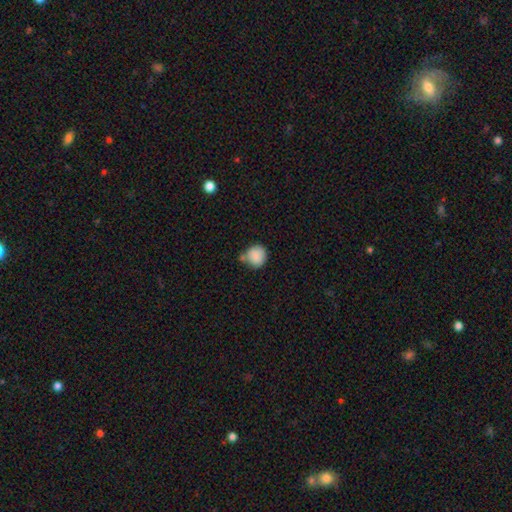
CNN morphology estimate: This is clearly a smooth galaxy (88%). How rounded: clearly round (88%). Merging: likely none (62%).